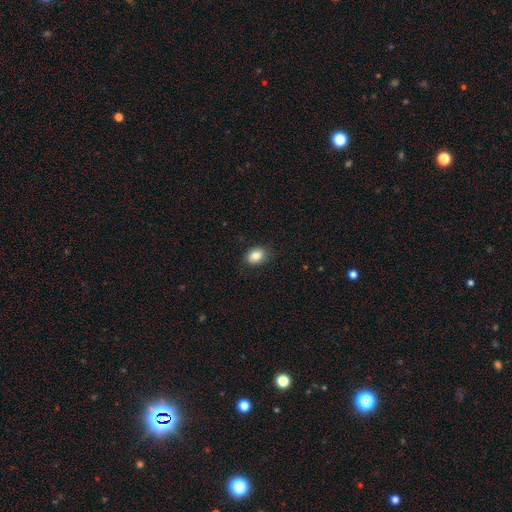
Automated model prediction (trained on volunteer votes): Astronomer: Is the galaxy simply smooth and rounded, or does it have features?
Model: smooth — 84%.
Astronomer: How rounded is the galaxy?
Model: in between — 73%.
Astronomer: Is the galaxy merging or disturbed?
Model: none — 82%.